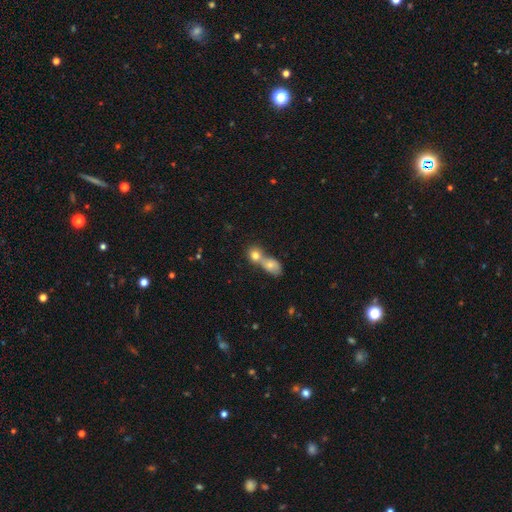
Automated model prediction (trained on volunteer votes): Smooth or featured: smooth — 76% (featured or disk — 14%)
How rounded: round — 68% (in between — 29%)
Merging: merger — 67% (none — 25%)